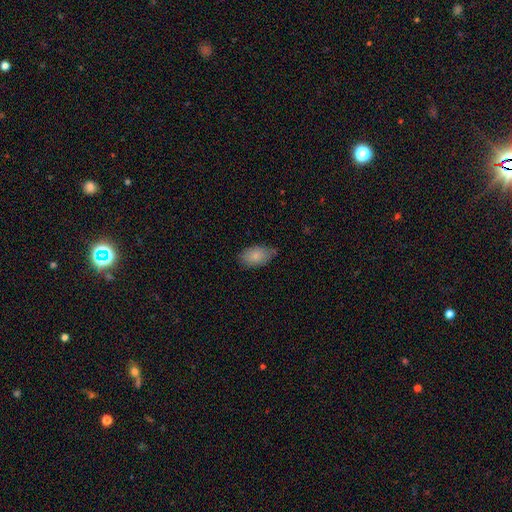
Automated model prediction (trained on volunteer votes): This appears to be a smooth galaxy with no disk features (85%) that is in between round and cigar-shaped (92%). Merging: none (72%).